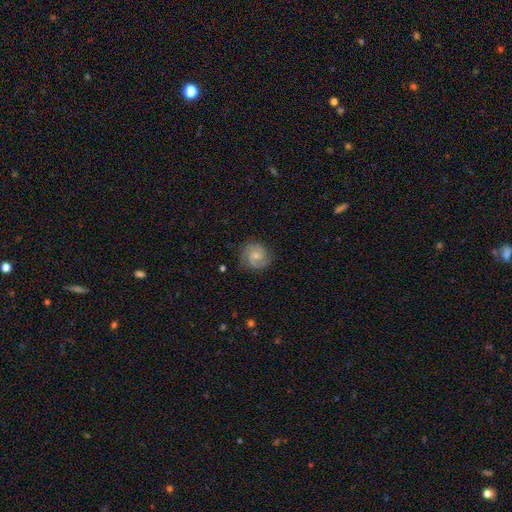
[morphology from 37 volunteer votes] featured or disk 70%, smooth 27%, star or artifact 3%. Down the decision tree: edge-on disk — no (100%); bar — no (65%); spiral arms — yes (85%); spiral arm count — 2 (86%); spiral winding — medium (50%); bulge size — moderate (50%); merging — none (78%).